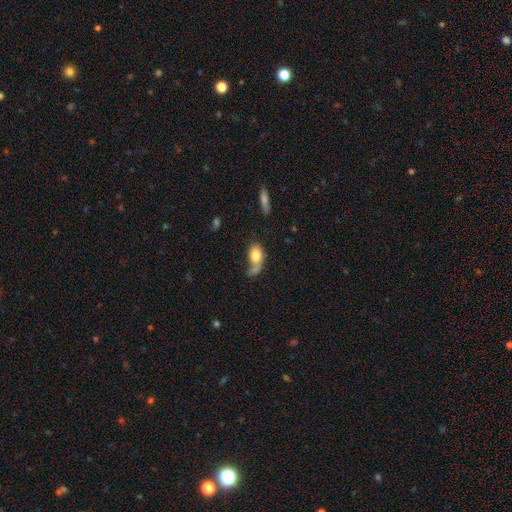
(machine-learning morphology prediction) Q: Smooth or featured?
A: smooth (70%); runner-up: featured or disk (22%)
Q: How rounded?
A: in between (78%); runner-up: round (18%)
Q: Merging?
A: major disturbance (34%); runner-up: none (27%)